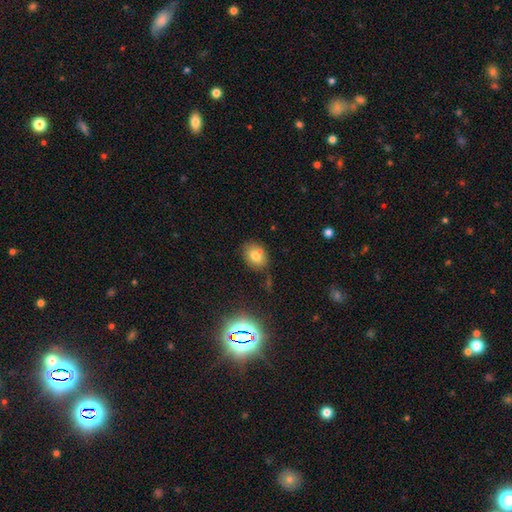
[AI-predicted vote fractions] Q: Smooth or featured?
A: smooth (72%); runner-up: featured or disk (14%)
Q: How rounded?
A: in between (57%); runner-up: round (42%)
Q: Merging?
A: none (65%); runner-up: minor disturbance (16%)